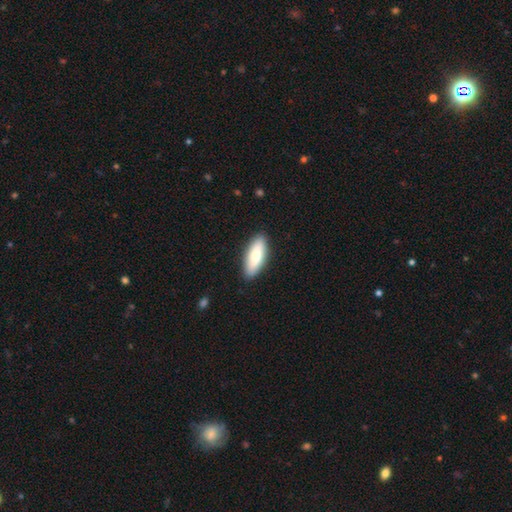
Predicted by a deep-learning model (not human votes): smooth 77%, featured or disk 17%, star or artifact 5%. Down the decision tree: how rounded — in between (69%); merging — none (88%).